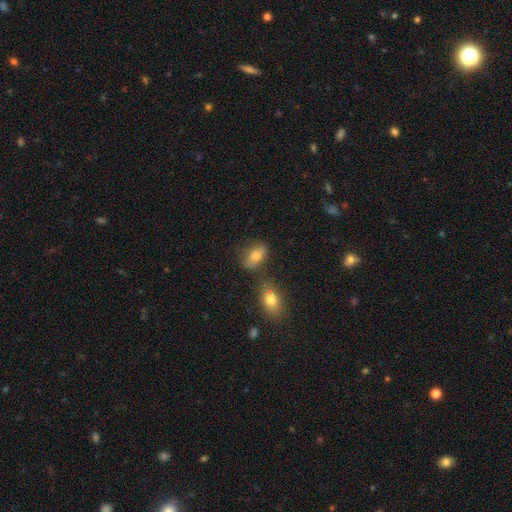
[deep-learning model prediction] Overall: smooth (75%). How rounded: in between (86%). Merging: none (64%).